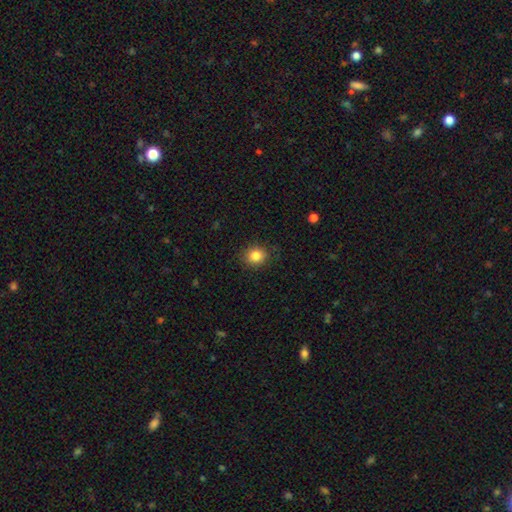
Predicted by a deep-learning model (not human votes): Smooth or featured? Predicted: smooth (p=0.84). How rounded? Predicted: round (p=0.71). Merging? Predicted: none (p=0.86).